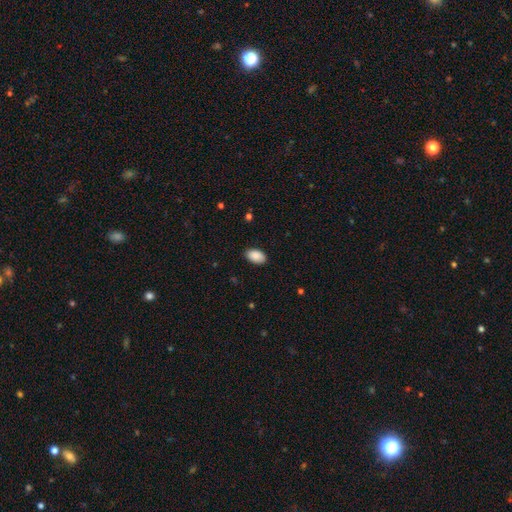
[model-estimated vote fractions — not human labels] Smooth or featured? Predicted: smooth (p=0.90). How rounded? Predicted: in between (p=0.94). Merging? Predicted: none (p=0.88).